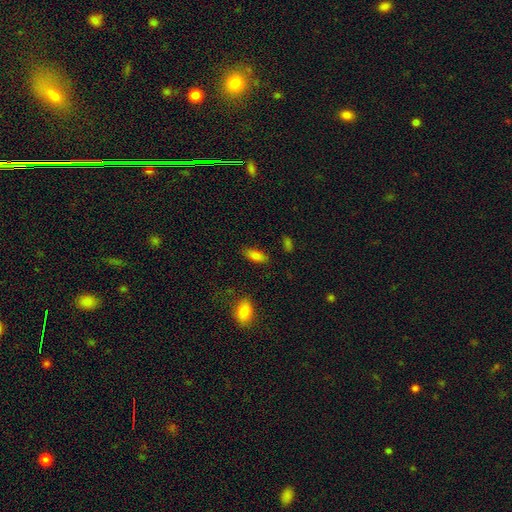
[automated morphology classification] smooth 83%, star or artifact 9%, featured or disk 8%. Down the decision tree: how rounded — in between (85%); merging — none (82%).